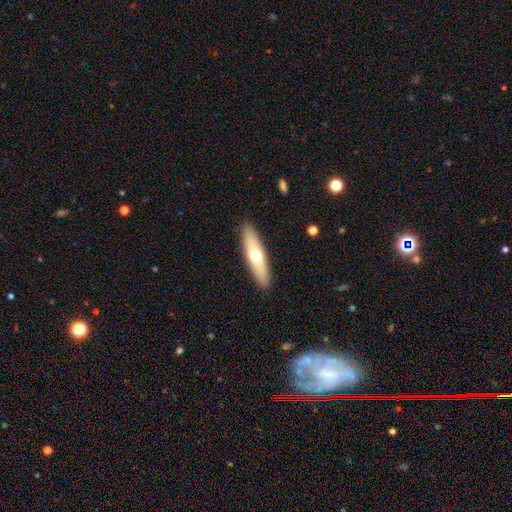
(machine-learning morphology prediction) type=smooth (55%); roundness=cigar-shaped (71%); merging=none (90%).